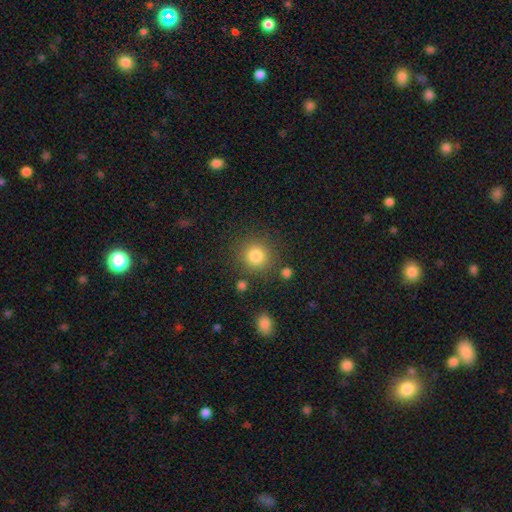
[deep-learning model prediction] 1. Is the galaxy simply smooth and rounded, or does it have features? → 83% smooth, 12% star or artifact, 6% featured or disk.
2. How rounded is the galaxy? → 91% round, 8% in between, 1% cigar-shaped.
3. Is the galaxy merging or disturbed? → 83% none, 9% minor disturbance, 4% merger, 4% major disturbance.